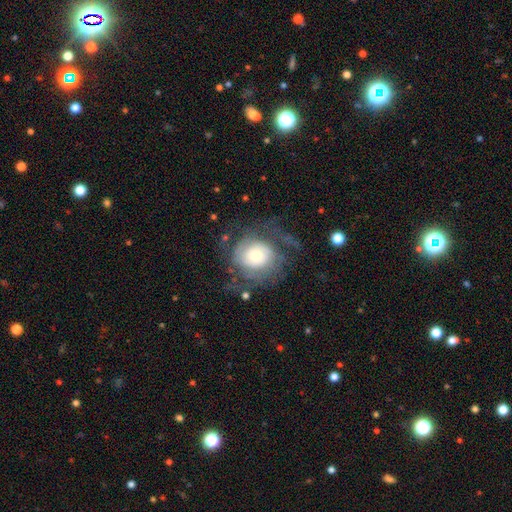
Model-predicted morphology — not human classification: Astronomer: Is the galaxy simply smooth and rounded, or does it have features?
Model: featured or disk — 64%.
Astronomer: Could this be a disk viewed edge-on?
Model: no — 97%.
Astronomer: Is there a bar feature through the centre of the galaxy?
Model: no — 77%.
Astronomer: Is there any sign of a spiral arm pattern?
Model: yes — 78%.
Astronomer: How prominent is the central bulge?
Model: moderate — 47% (runner-up: small, 29%).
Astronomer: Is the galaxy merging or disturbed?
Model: none — 53%.